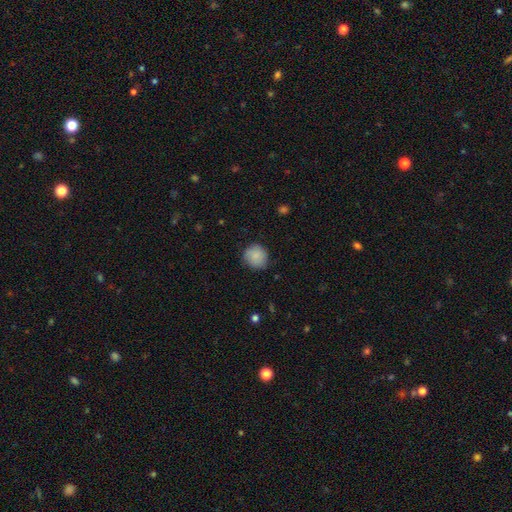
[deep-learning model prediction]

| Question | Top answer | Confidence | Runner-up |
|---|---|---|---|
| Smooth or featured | smooth | 86% | star or artifact (8%) |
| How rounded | round | 87% | in between (12%) |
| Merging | none | 80% | minor disturbance (16%) |